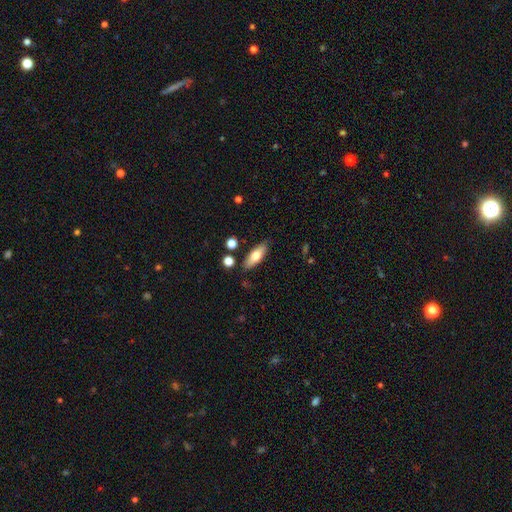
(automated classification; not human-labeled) This appears to be a smooth galaxy with no disk features (70%) that is in between round and cigar-shaped (65%). Merging: none (83%).